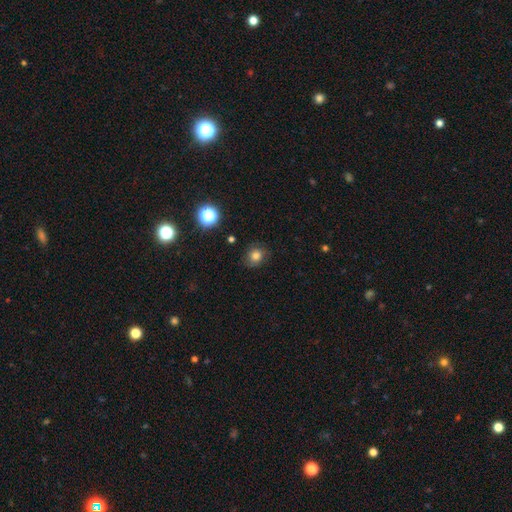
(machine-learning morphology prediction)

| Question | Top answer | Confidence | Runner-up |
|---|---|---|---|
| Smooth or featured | smooth | 71% | star or artifact (16%) |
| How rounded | round | 76% | in between (23%) |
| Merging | none | 76% | minor disturbance (17%) |